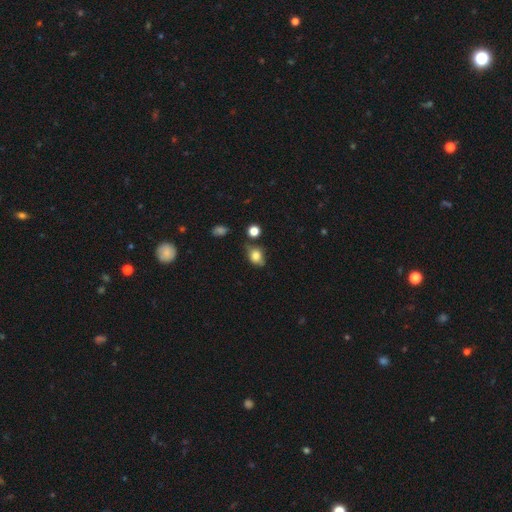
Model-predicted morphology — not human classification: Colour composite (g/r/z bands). It shows a smooth galaxy with no disk features (74%) that is in between round and cigar-shaped (56%). Merging: none (58%).